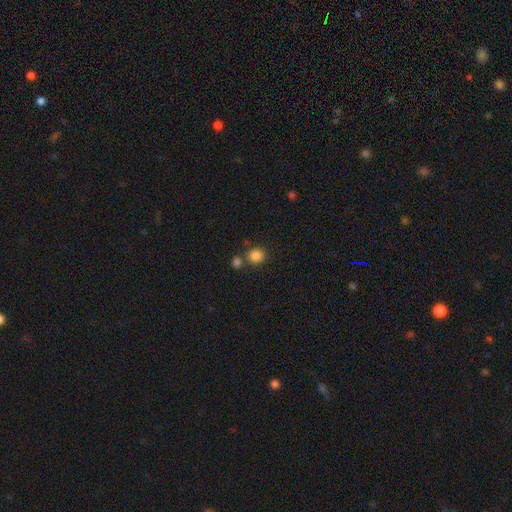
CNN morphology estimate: Q: Smooth or featured?
A: smooth (85%); runner-up: star or artifact (11%)
Q: How rounded?
A: round (85%); runner-up: in between (14%)
Q: Merging?
A: none (68%); runner-up: merger (19%)